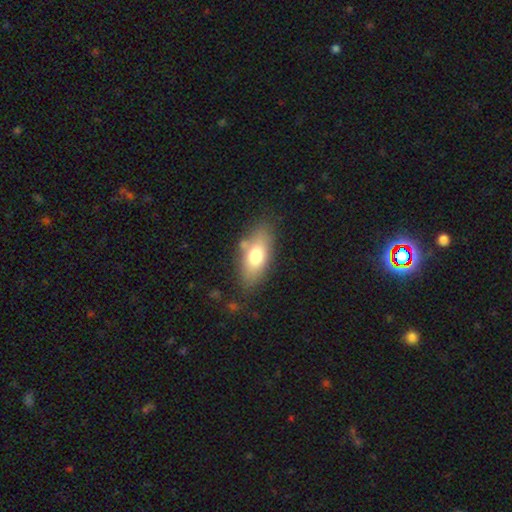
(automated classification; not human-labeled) Overall: smooth (70%). How rounded: in between (83%). Merging: none (74%).